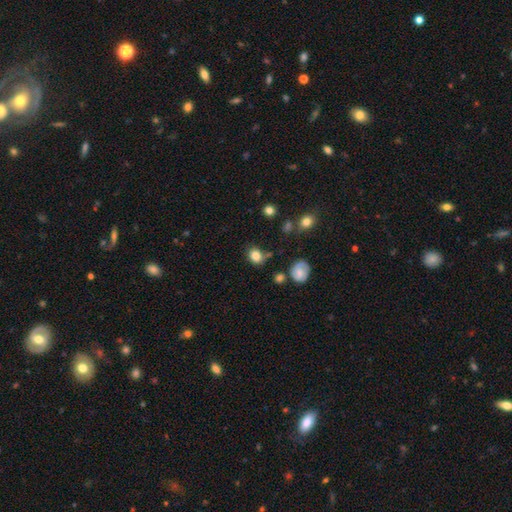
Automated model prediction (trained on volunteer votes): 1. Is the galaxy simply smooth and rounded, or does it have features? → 82% smooth, 11% star or artifact, 8% featured or disk.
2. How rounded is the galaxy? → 51% round, 48% in between, 1% cigar-shaped.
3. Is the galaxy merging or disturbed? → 67% none, 20% minor disturbance, 7% merger, 6% major disturbance.